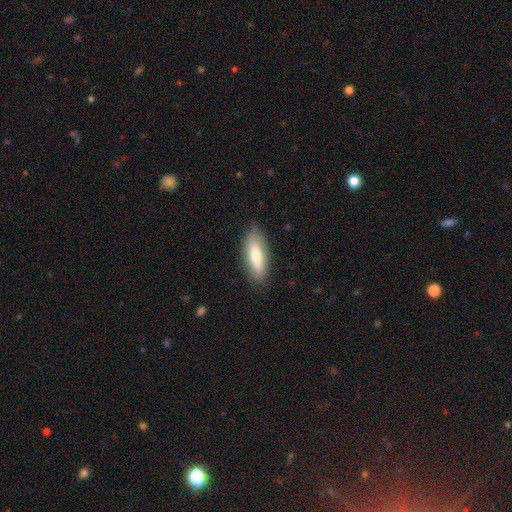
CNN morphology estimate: Q: Smooth or featured?
A: smooth (72%); runner-up: featured or disk (22%)
Q: How rounded?
A: in between (63%); runner-up: cigar-shaped (35%)
Q: Merging?
A: none (85%); runner-up: minor disturbance (11%)